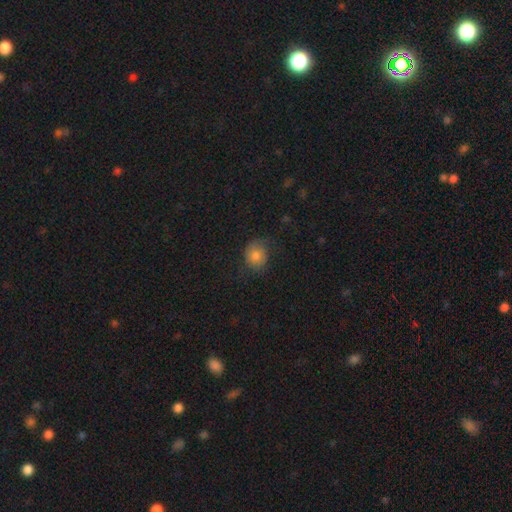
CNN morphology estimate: Smooth or featured? Predicted: smooth (p=0.74). How rounded? Predicted: round (p=0.69). Merging? Predicted: none (p=0.63).